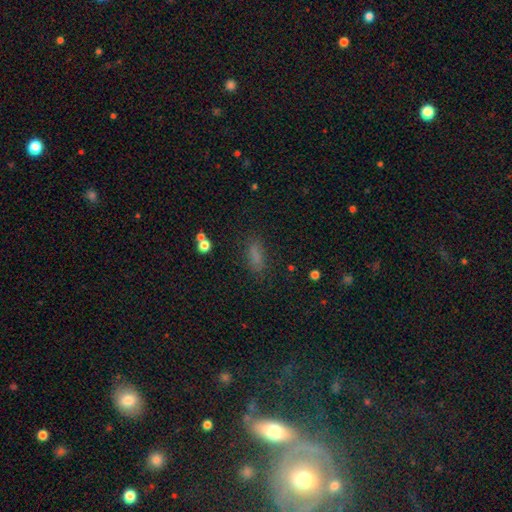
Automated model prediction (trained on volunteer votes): Smooth or featured? smooth (75%)
How rounded? in between (63%)
Merging? none (78%)